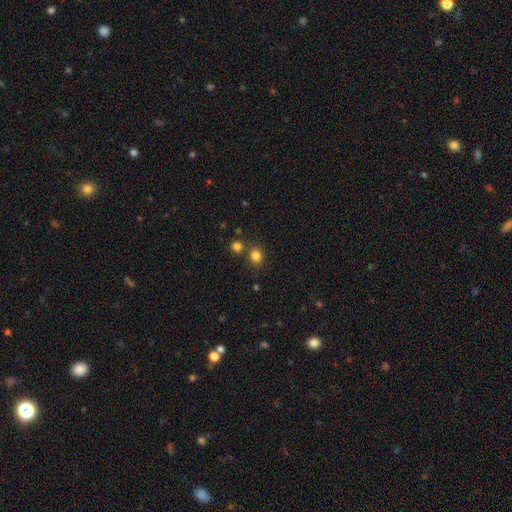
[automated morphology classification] This appears to be a smooth galaxy with no disk features (81%) that is round (85%). Merging: none (75%).